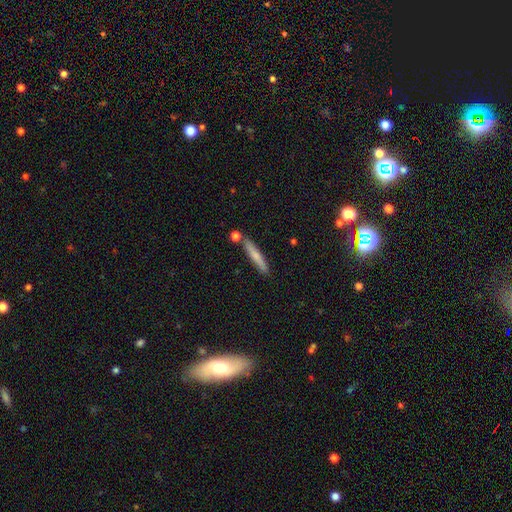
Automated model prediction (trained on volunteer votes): Morphology: type=smooth (65%); roundness=cigar-shaped (93%); merging=none (80%).